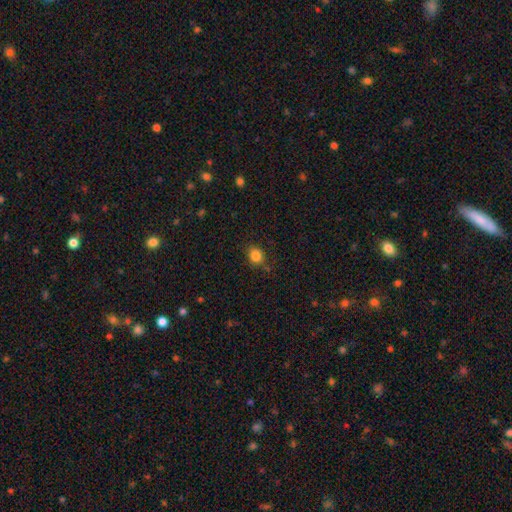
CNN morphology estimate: type=smooth (84%); roundness=round (70%); merging=none (82%).